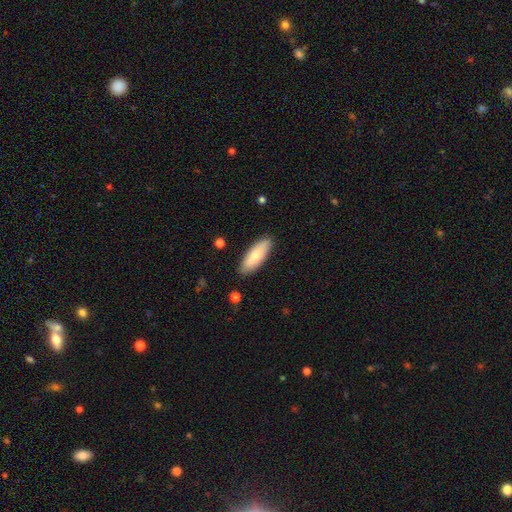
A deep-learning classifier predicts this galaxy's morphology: Smooth or featured: smooth — 74% (featured or disk — 20%)
How rounded: in between — 70% (cigar-shaped — 28%)
Merging: none — 86% (minor disturbance — 11%)